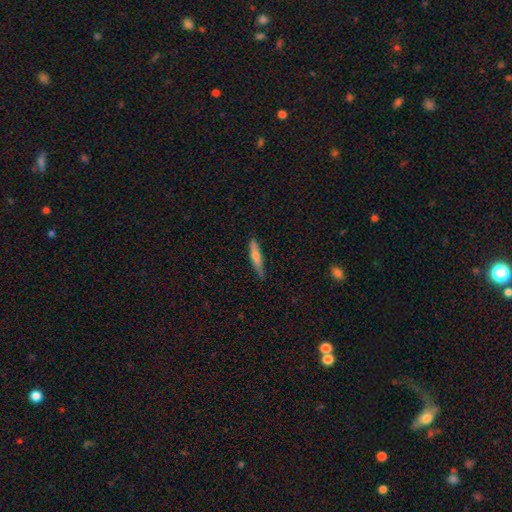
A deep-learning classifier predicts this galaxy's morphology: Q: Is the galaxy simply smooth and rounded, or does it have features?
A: smooth — 47%.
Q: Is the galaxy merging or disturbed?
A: none — 86%.